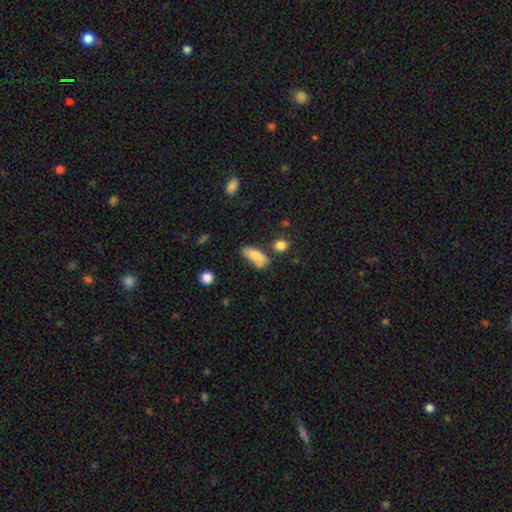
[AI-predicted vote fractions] A smooth galaxy with no disk features (76%) that is in between round and cigar-shaped (78%).

Vote fractions:
- Smooth or featured? smooth: 76% / featured or disk: 16% / star or artifact: 8%
- How rounded? in between: 78% / cigar-shaped: 18% / round: 3%
- Merging? none: 49% / minor disturbance: 27% / merger: 14% / major disturbance: 10%